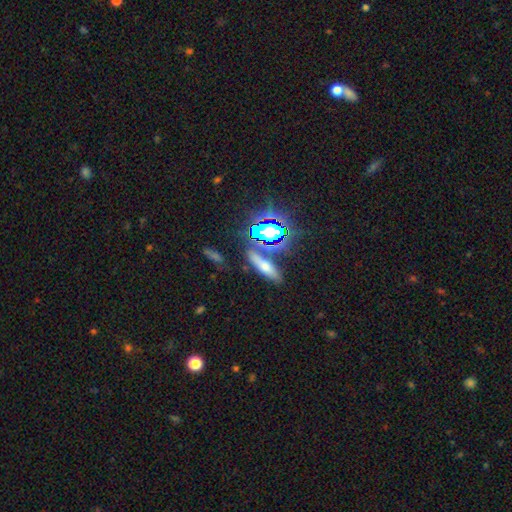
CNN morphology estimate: This appears to be a star or artifact, not a galaxy (37%, tied with smooth).